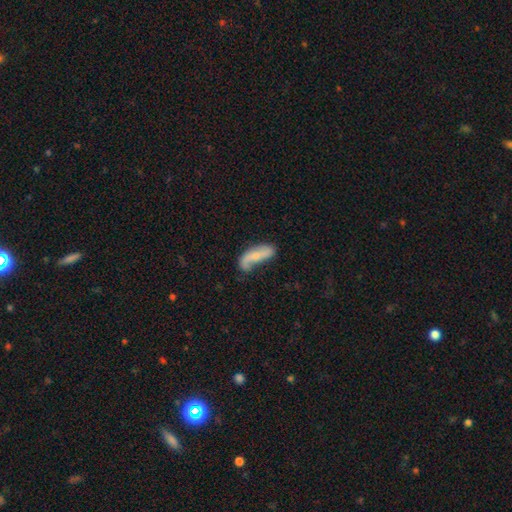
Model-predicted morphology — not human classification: Smooth or featured? featured or disk (51%)
Edge-on disk? no (84%)
Merging? none (47%)